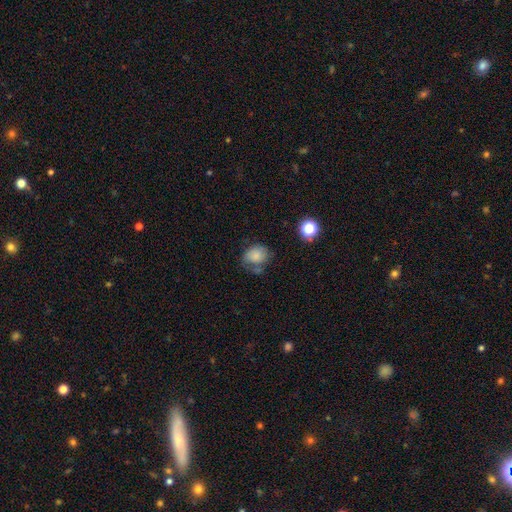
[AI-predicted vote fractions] The model was most divided on "how rounded": round: 54%, in between: 45%, cigar-shaped: 1%. Remaining: smooth or featured — smooth (75%); merging — none (45%).